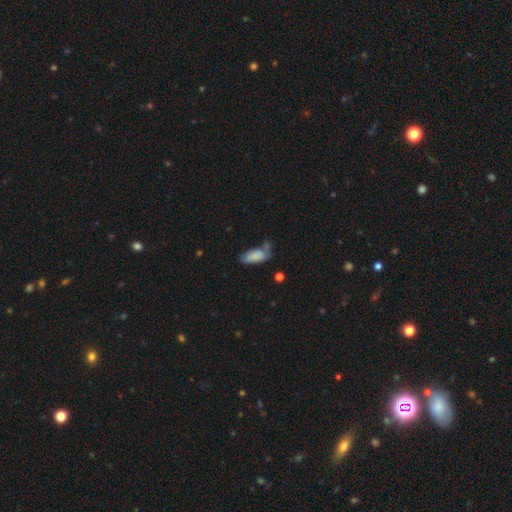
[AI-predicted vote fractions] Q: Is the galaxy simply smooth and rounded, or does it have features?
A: smooth — 79%.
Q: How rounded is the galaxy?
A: in between — 87%.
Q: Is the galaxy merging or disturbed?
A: none — 42%.